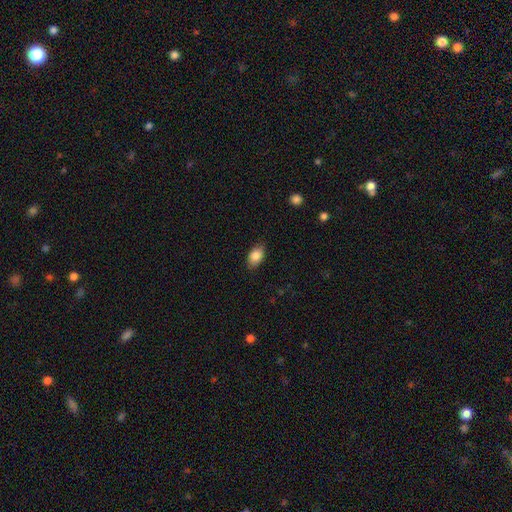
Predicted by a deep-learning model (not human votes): Overall: smooth (86%). How rounded: in between (88%). Merging: none (82%).